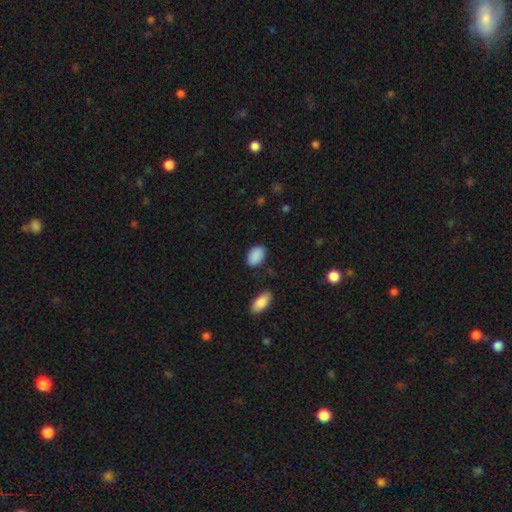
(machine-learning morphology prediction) Q: Smooth or featured?
A: smooth (90%); runner-up: star or artifact (7%)
Q: How rounded?
A: in between (90%); runner-up: round (9%)
Q: Merging?
A: none (84%); runner-up: minor disturbance (11%)